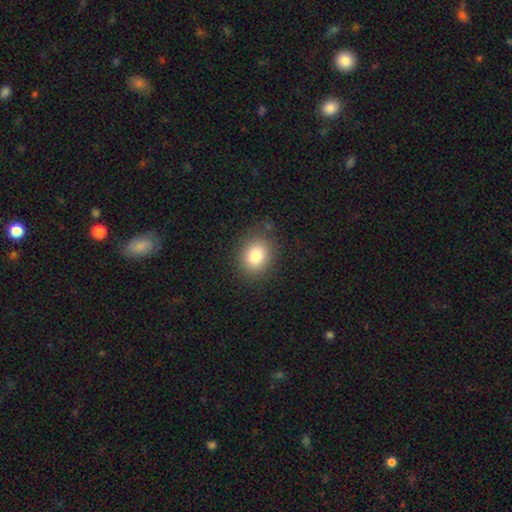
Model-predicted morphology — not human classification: Smooth or featured? smooth (81%)
How rounded? round (58%)
Merging? none (82%)